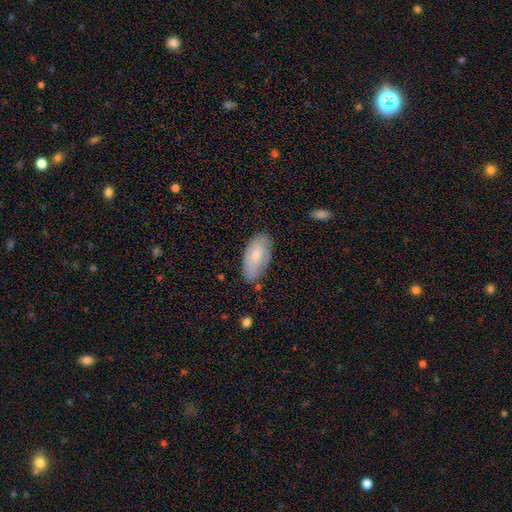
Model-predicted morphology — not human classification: Smooth or featured? smooth (67%)
How rounded? in between (93%)
Merging? none (68%)